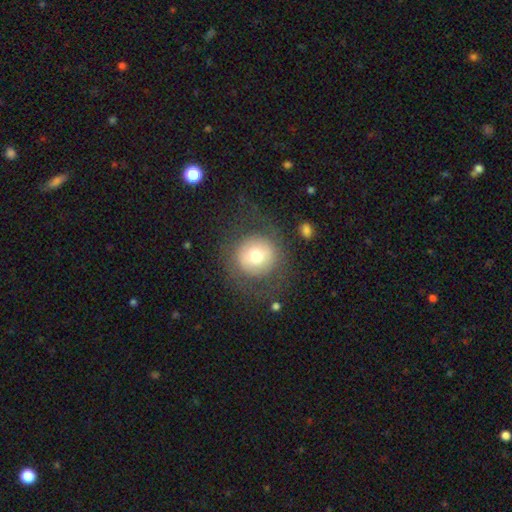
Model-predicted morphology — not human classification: Smooth or featured?
  - smooth: 66% *
  - featured or disk: 25%
  - star or artifact: 9%
How rounded?
  - round: 94% *
  - in between: 5%
  - cigar-shaped: 1%
Merging?
  - none: 76% *
  - minor disturbance: 11%
  - major disturbance: 11%
  - merger: 2%